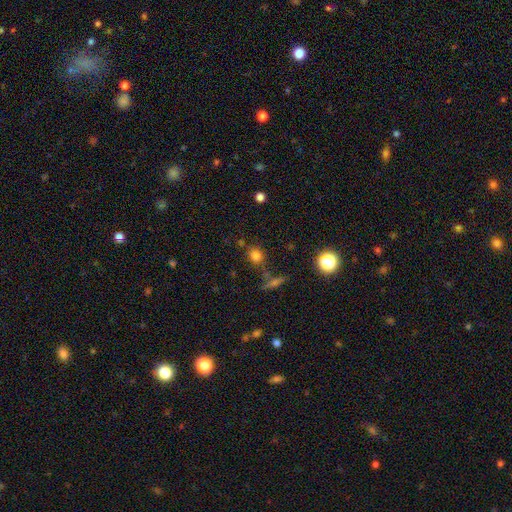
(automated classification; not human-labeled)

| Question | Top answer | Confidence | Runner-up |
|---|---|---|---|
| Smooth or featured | smooth | 74% | star or artifact (18%) |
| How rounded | round | 70% | in between (27%) |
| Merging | none | 70% | minor disturbance (13%) |